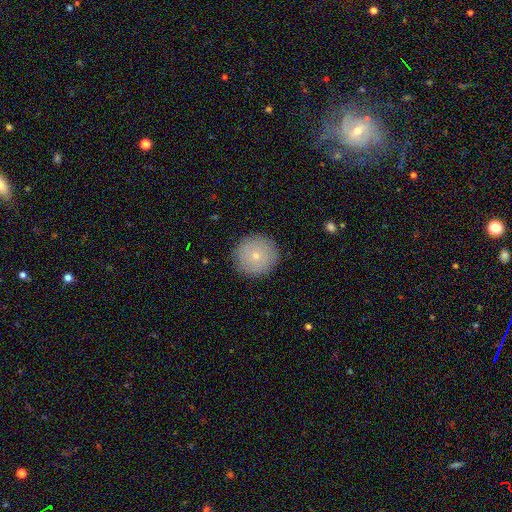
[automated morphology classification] Overall: smooth (73%). How rounded: round (94%). Merging: none (90%).